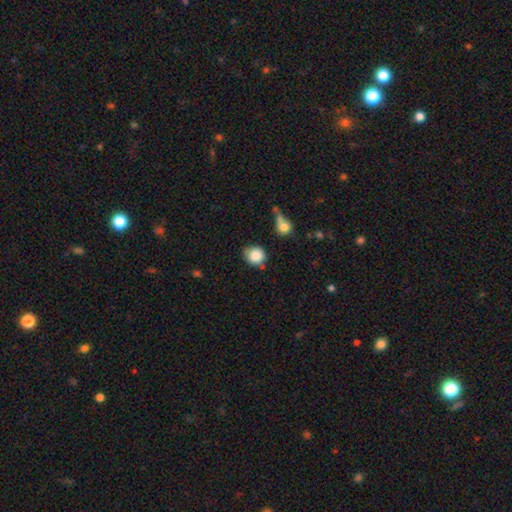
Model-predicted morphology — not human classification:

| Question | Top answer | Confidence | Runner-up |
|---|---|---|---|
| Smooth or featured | smooth | 86% | star or artifact (8%) |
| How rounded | round | 85% | in between (14%) |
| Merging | none | 65% | minor disturbance (21%) |